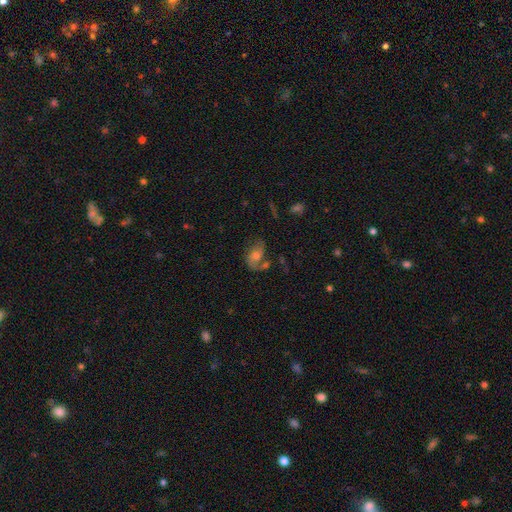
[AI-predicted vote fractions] This is possibly a featured or disk galaxy (54%). It is clearly not viewed edge-on (96%). Bar: likely no (68%). Spiral arm pattern: likely yes (78%). Central bulge: possibly moderate (57%). Merging: marginally none (44%).